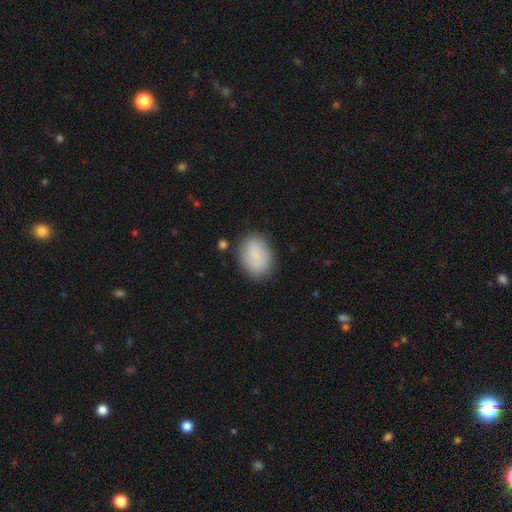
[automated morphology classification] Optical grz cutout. It shows a smooth galaxy with no disk features (86%) that is in between round and cigar-shaped (79%). Merging: none (82%).